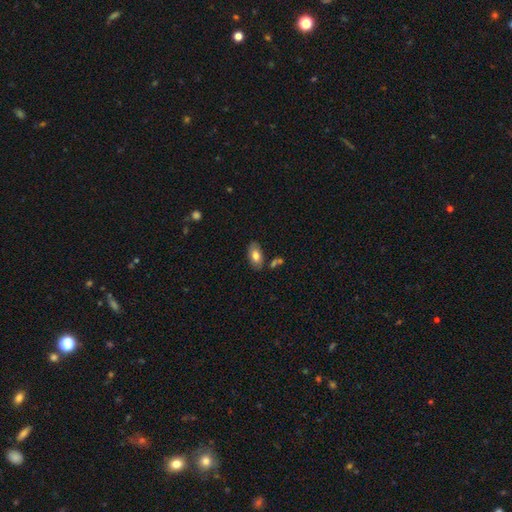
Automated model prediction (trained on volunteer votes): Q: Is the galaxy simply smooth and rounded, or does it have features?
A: smooth — 76%.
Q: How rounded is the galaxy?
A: in between — 93%.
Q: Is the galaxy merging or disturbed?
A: none — 77%.